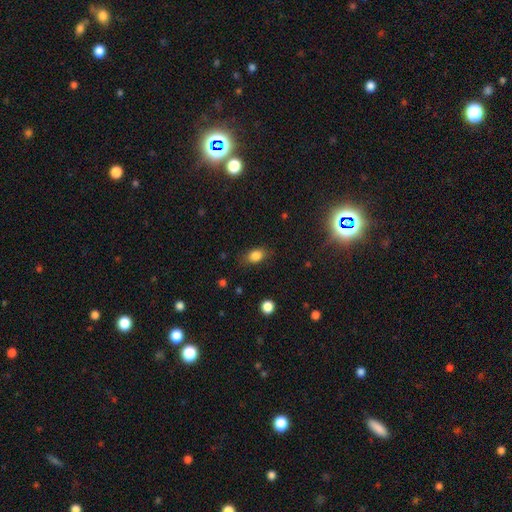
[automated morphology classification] Q: Smooth or featured?
A: smooth (84%); runner-up: star or artifact (10%)
Q: How rounded?
A: in between (81%); runner-up: round (16%)
Q: Merging?
A: none (79%); runner-up: minor disturbance (15%)